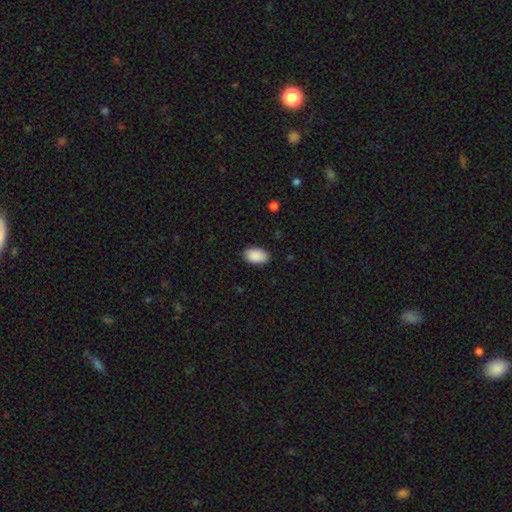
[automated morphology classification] Smooth or featured: smooth — 91% (star or artifact — 7%)
How rounded: in between — 93% (round — 6%)
Merging: none — 88% (minor disturbance — 9%)